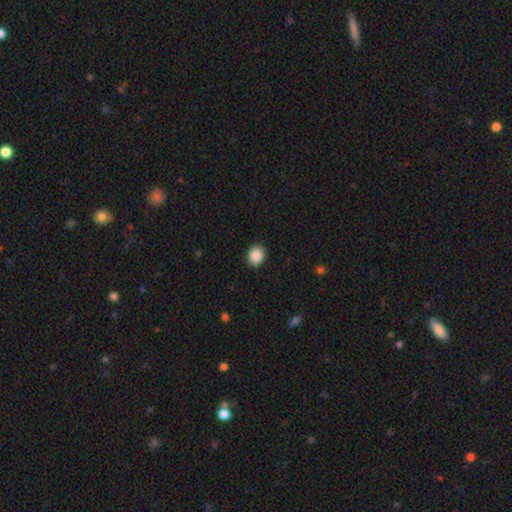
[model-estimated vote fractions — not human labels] The model was most divided on "how rounded": round: 57%, in between: 43%, cigar-shaped: 1%. More confident: merging — none (90%); smooth or featured — smooth (88%).